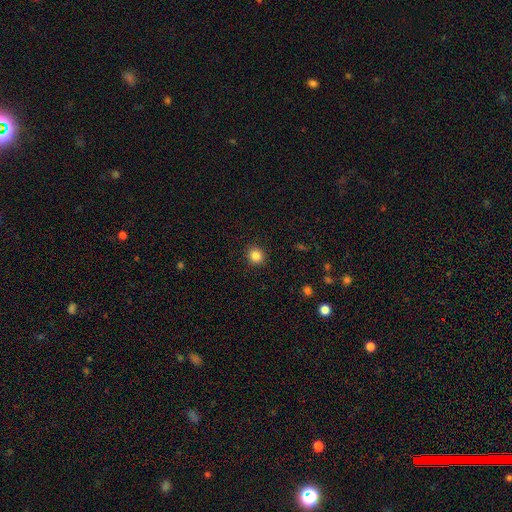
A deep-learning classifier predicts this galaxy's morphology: This appears to be a smooth galaxy with no disk features (85%) that is round (85%). Merging: none (91%).